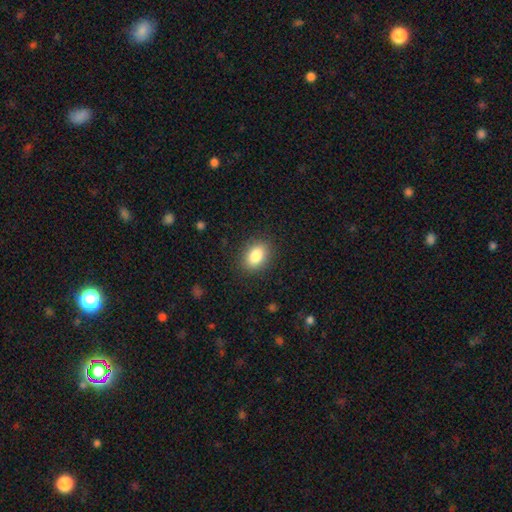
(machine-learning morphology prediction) smooth 85%, star or artifact 8%, featured or disk 7%. Down the decision tree: how rounded — in between (79%); merging — none (88%).